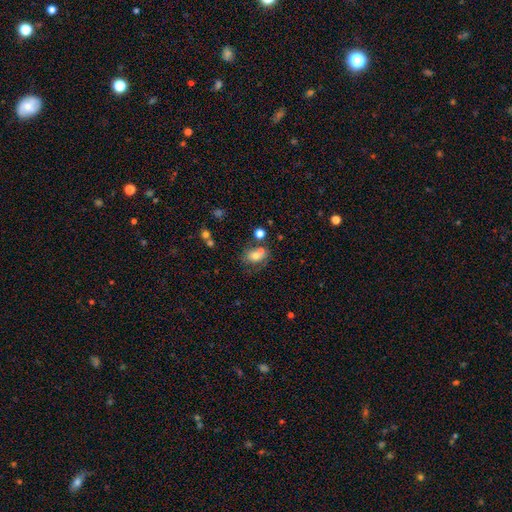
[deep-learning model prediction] Smooth or featured? smooth (65%)
How rounded? in between (58%)
Merging? none (42%)